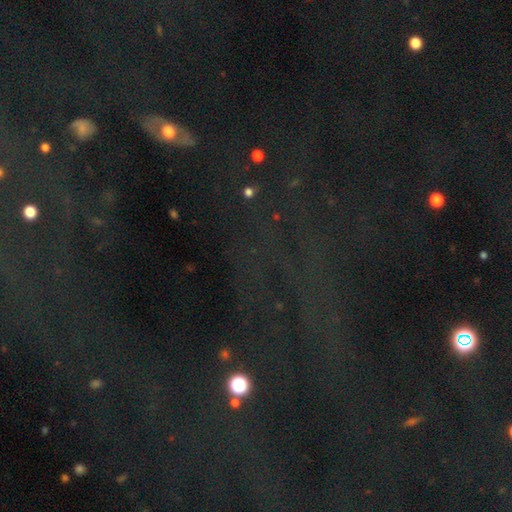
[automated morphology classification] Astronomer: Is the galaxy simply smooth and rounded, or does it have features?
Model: star or artifact — 75%.